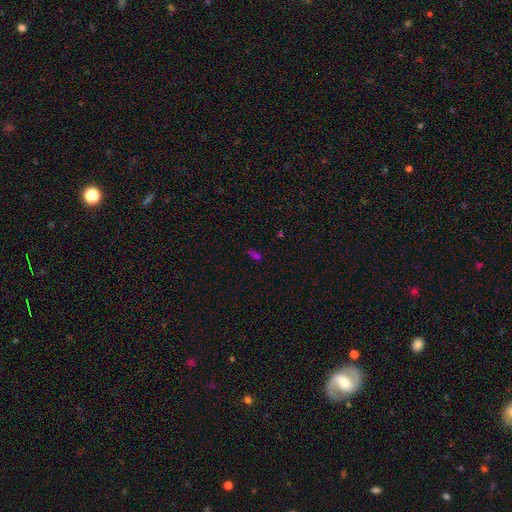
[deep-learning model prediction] Smooth or featured?
  - smooth: 58% *
  - star or artifact: 34%
  - featured or disk: 8%
How rounded?
  - in between: 77% *
  - cigar-shaped: 14%
  - round: 9%
Merging?
  - none: 65% *
  - minor disturbance: 19%
  - major disturbance: 9%
  - merger: 8%